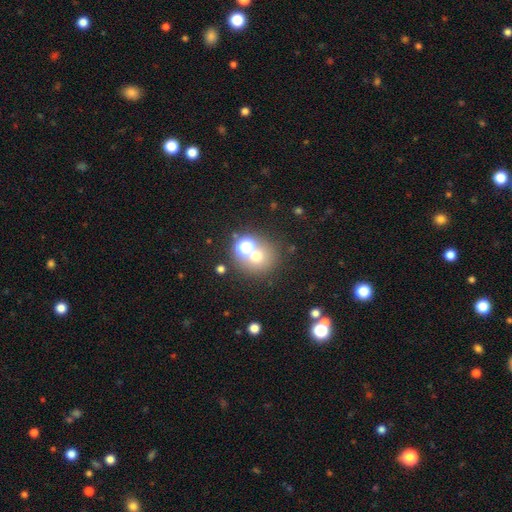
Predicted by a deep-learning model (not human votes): This appears to be a smooth galaxy with no disk features (60%) that is round (85%). Merging: none (59%).